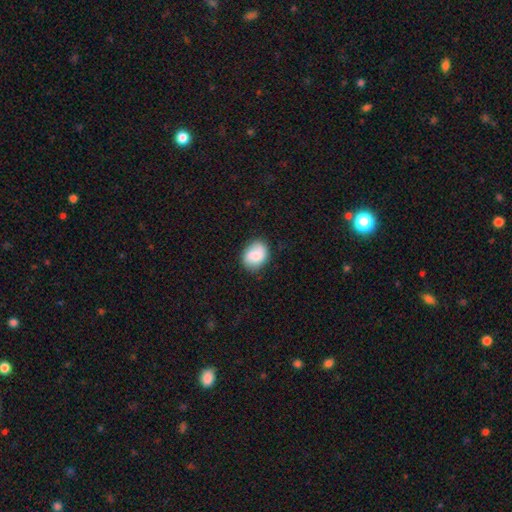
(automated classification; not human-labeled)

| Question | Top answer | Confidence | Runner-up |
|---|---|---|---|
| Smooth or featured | smooth | 77% | featured or disk (16%) |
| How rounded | in between | 50% | round (49%) |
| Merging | none | 79% | minor disturbance (16%) |